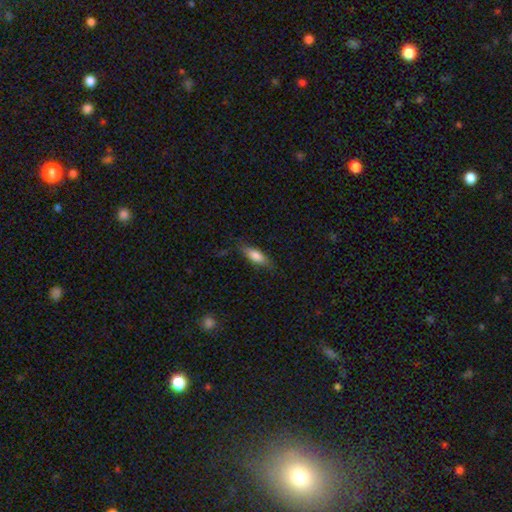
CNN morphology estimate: This is likely a smooth galaxy (75%). How rounded: likely in between (64%). Merging: likely none (75%).